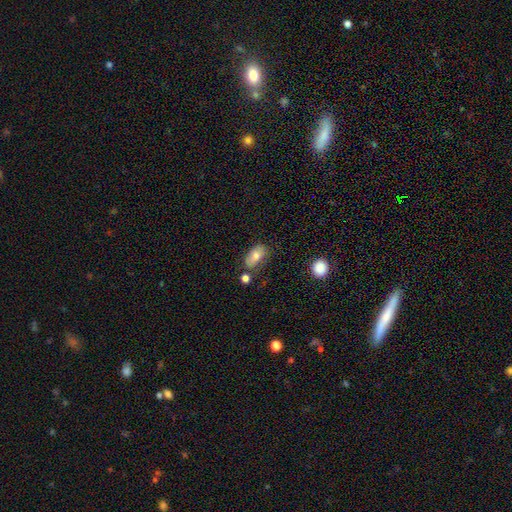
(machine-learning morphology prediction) Smooth or featured: smooth — 76% (featured or disk — 15%)
How rounded: in between — 89% (round — 6%)
Merging: none — 65% (minor disturbance — 20%)